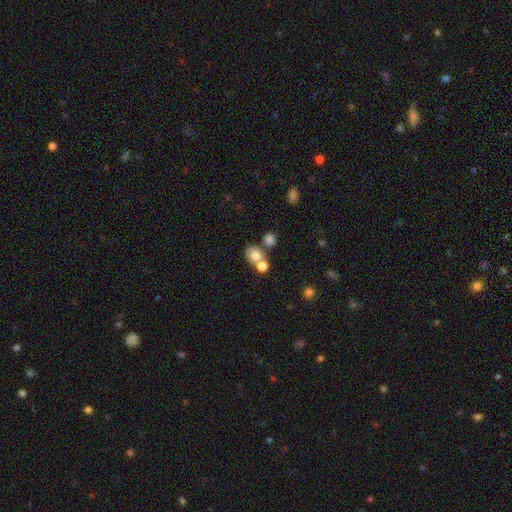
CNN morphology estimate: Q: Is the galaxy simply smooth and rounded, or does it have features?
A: smooth — 73%.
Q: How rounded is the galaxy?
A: round — 63%.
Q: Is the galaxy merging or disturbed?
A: merger — 48%.